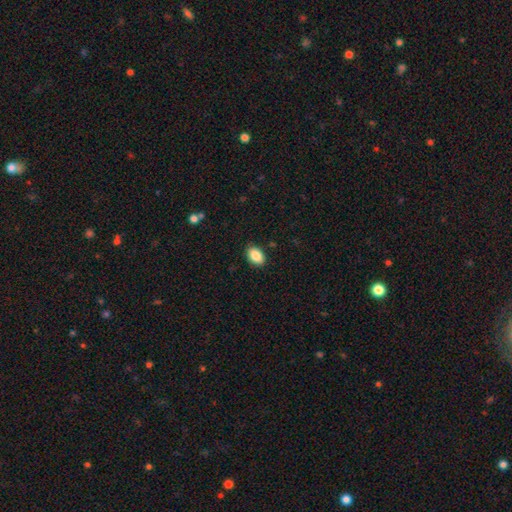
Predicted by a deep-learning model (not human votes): Smooth or featured? smooth (88%)
How rounded? in between (87%)
Merging? none (88%)